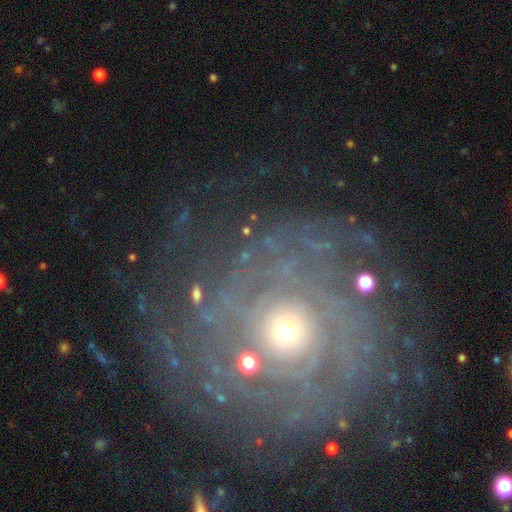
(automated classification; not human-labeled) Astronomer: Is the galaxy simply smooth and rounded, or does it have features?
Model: featured or disk — 83%.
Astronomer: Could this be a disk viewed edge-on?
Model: no — 97%.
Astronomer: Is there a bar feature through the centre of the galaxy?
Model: no — 83%.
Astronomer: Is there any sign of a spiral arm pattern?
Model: yes — 91%.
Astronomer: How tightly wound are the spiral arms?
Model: tight — 77%.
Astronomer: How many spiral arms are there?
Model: can't tell — 36% (runner-up: more than 4, 17%).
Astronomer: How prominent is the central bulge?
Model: moderate — 54% (runner-up: small, 37%).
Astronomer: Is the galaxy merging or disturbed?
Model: none — 76%.